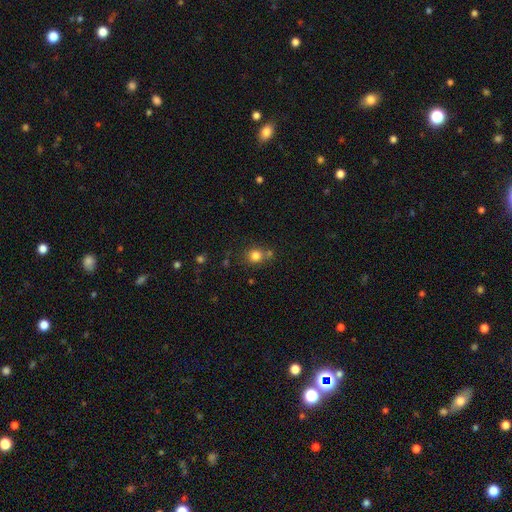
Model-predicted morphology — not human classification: Smooth or featured: smooth — 80% (star or artifact — 13%)
How rounded: round — 84% (in between — 15%)
Merging: none — 67% (merger — 17%)